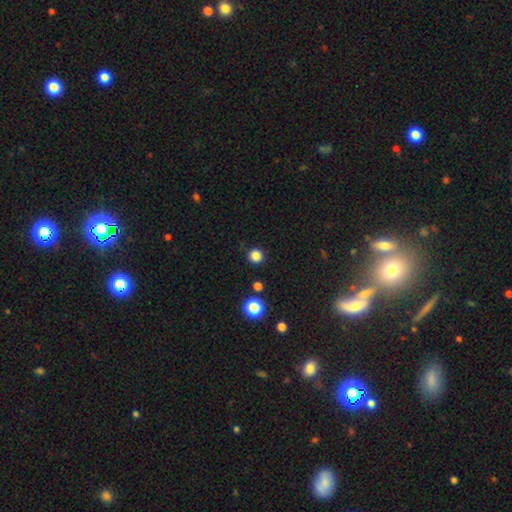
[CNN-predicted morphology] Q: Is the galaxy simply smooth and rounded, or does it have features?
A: smooth — 84%.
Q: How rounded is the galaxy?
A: round — 95%.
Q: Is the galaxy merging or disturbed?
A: none — 92%.